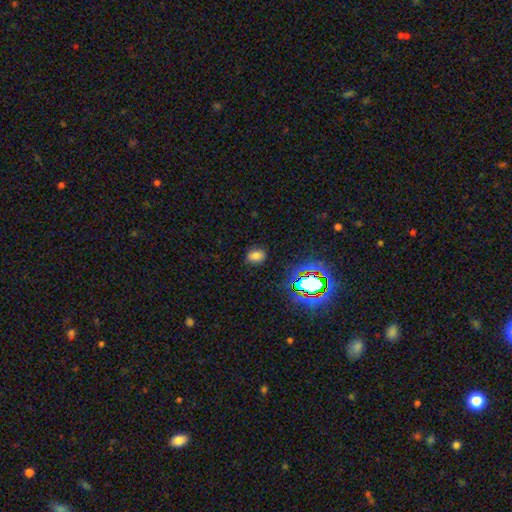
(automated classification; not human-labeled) This is likely a smooth galaxy (73%). How rounded: likely in between (63%). Merging: clearly none (84%).